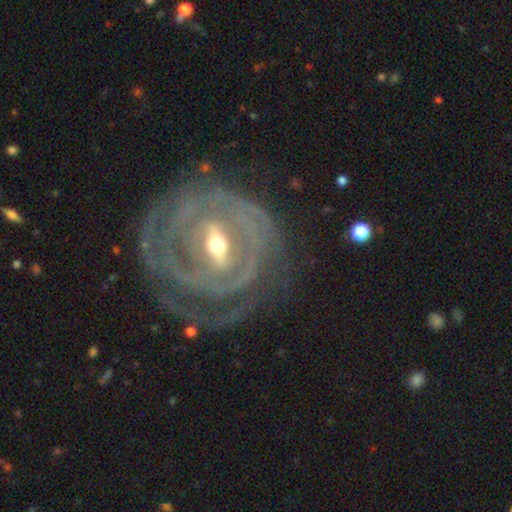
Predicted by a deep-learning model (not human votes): Smooth or featured: featured or disk — 88% (smooth — 6%)
Edge-on disk: no — 93% (yes — 7%)
Bar: strong — 55% (weak — 33%)
Spiral arms: yes — 90% (no — 10%)
Spiral winding: tight — 82% (medium — 14%)
Spiral arm count: can't tell — 39% (2 — 19%)
Bulge size: moderate — 58% (small — 37%)
Merging: none — 74% (minor disturbance — 15%)